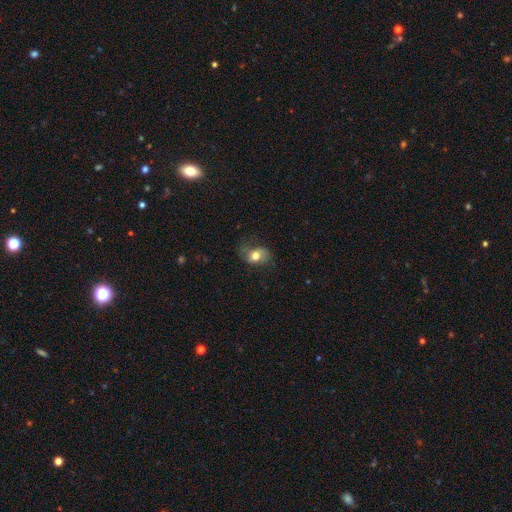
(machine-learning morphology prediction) type=smooth (63%); roundness=in between (75%); merging=none (58%).